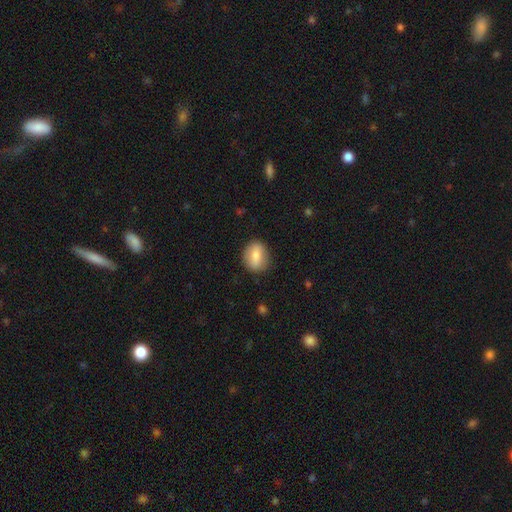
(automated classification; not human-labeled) This is likely a smooth galaxy (73%). How rounded: possibly in between (58%). Merging: clearly none (83%).